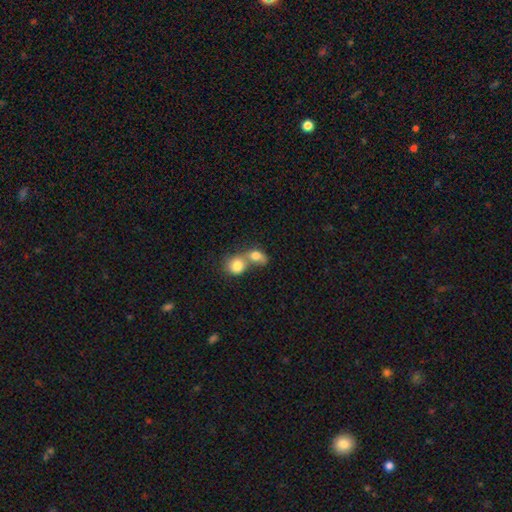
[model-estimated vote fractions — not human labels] A smooth galaxy with no disk features (80%) that is round (53%). Merging: merger (73%).